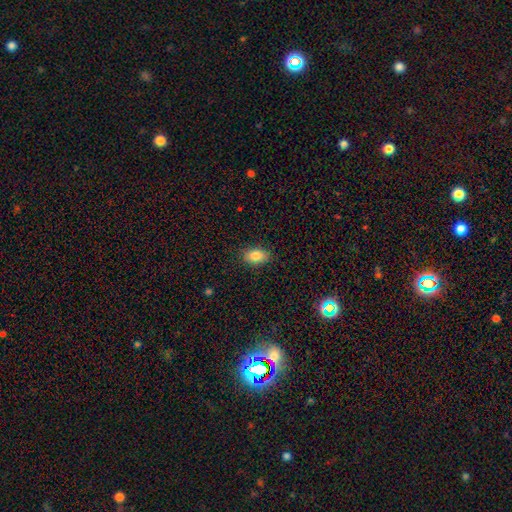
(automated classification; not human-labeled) A smooth galaxy with no disk features (84%) that is in between round and cigar-shaped (86%).

Vote fractions:
- Smooth or featured? smooth: 84% / star or artifact: 9% / featured or disk: 7%
- How rounded? in between: 86% / round: 12% / cigar-shaped: 2%
- Merging? none: 87% / minor disturbance: 10% / major disturbance: 2% / merger: 1%